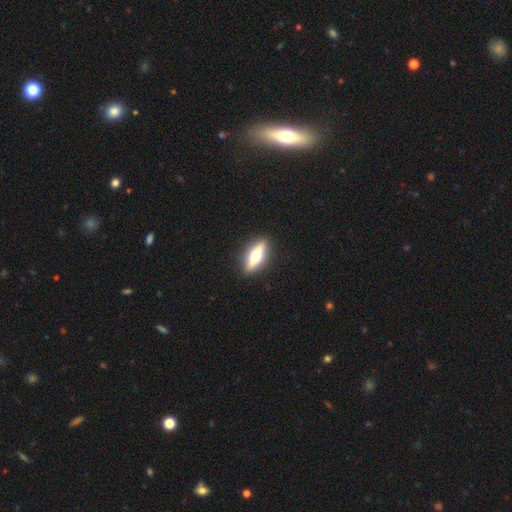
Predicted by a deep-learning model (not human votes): A featured or disk galaxy (53%) viewed edge-on (88%). Merging: none (90%).